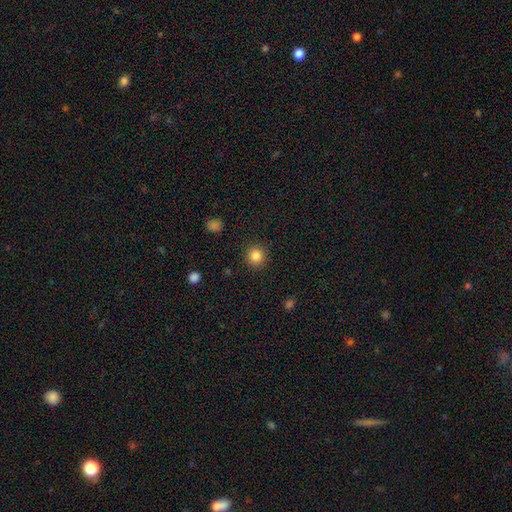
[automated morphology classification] This is clearly a smooth galaxy (84%). How rounded: clearly round (92%). Merging: clearly none (91%).